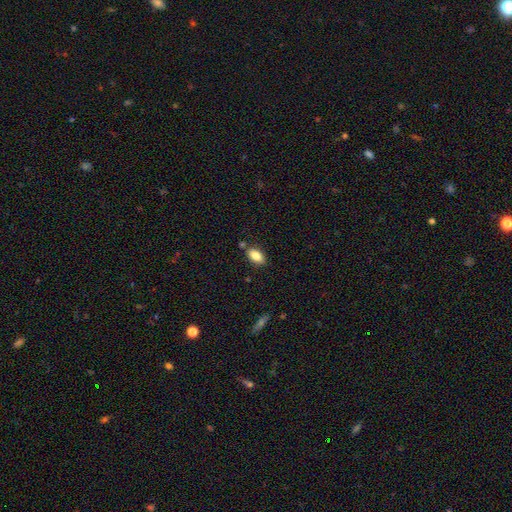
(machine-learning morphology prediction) Q: Smooth or featured?
A: smooth (83%); runner-up: featured or disk (9%)
Q: How rounded?
A: in between (91%); runner-up: round (5%)
Q: Merging?
A: none (79%); runner-up: minor disturbance (12%)